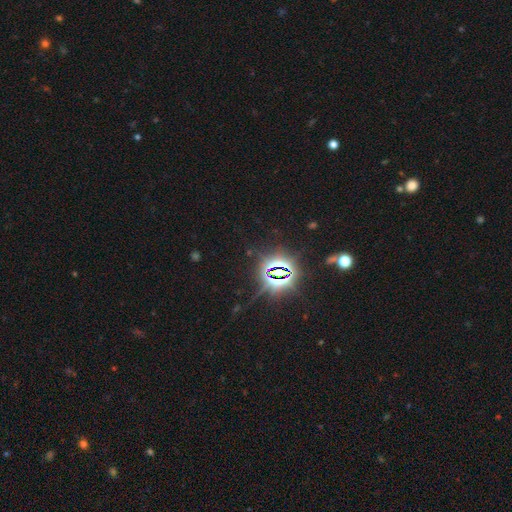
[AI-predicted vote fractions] star or artifact 83%, smooth 10%, featured or disk 7%.